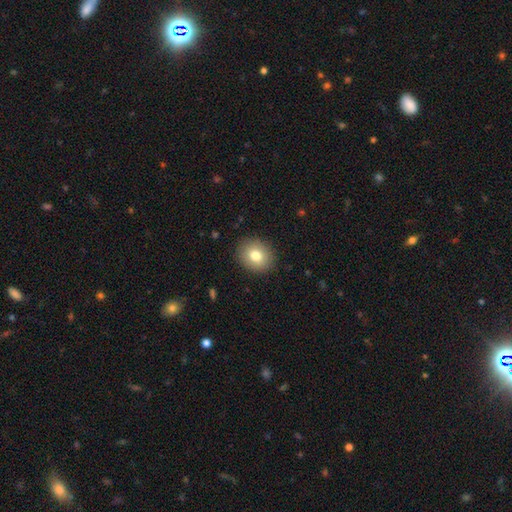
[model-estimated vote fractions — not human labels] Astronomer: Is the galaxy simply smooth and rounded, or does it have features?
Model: smooth — 79%.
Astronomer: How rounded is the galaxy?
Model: round — 66%.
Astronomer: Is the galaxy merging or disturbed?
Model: none — 89%.